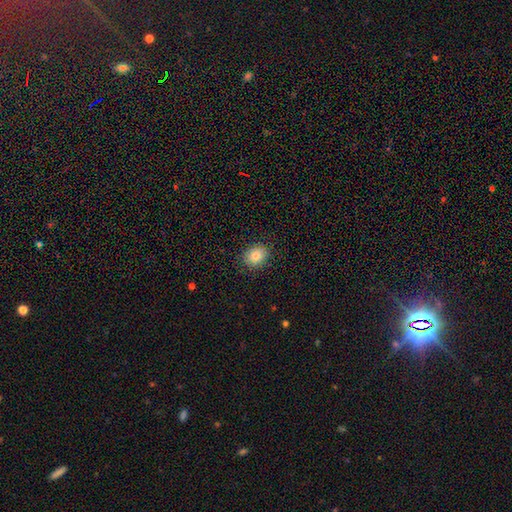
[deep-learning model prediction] This is clearly a smooth galaxy (84%). How rounded: possibly round (51%). Merging: clearly none (87%).